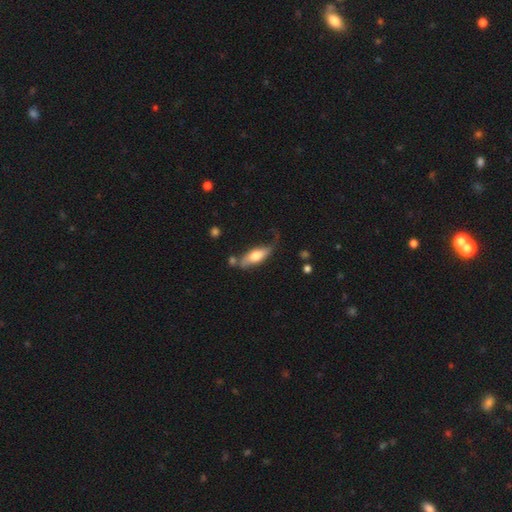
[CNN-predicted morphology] Smooth or featured: smooth — 53% (featured or disk — 41%)
How rounded: in between — 64% (cigar-shaped — 33%)
Merging: none — 49% (minor disturbance — 29%)